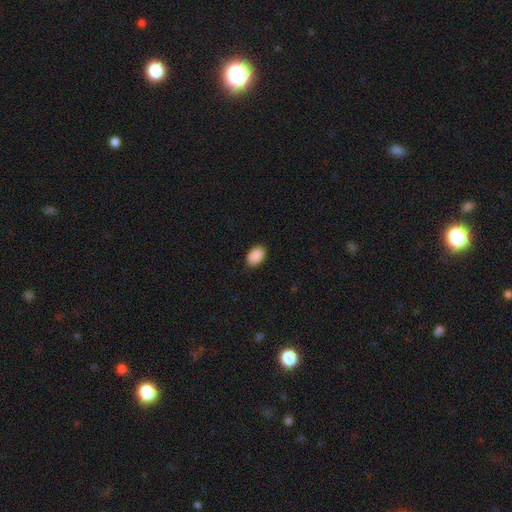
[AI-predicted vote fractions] A smooth galaxy with no disk features (91%) that is in between round and cigar-shaped (90%).

Vote fractions:
- Smooth or featured? smooth: 91% / star or artifact: 7% / featured or disk: 2%
- How rounded? in between: 90% / round: 9% / cigar-shaped: 1%
- Merging? none: 88% / minor disturbance: 9% / major disturbance: 2% / merger: 1%